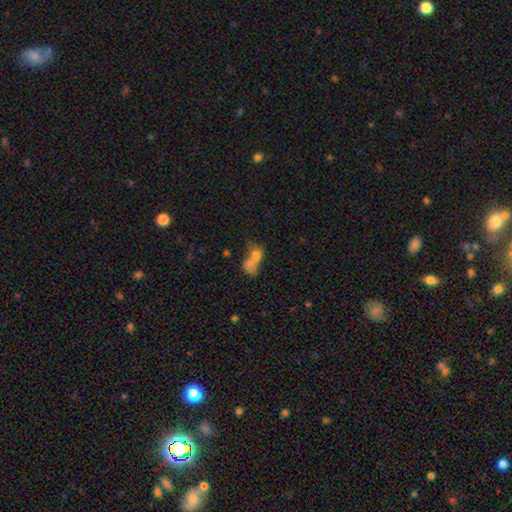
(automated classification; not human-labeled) The model was most divided on "how rounded": in between: 56%, round: 41%, cigar-shaped: 3%. More confident: merging — merger (70%); smooth or featured — smooth (63%).